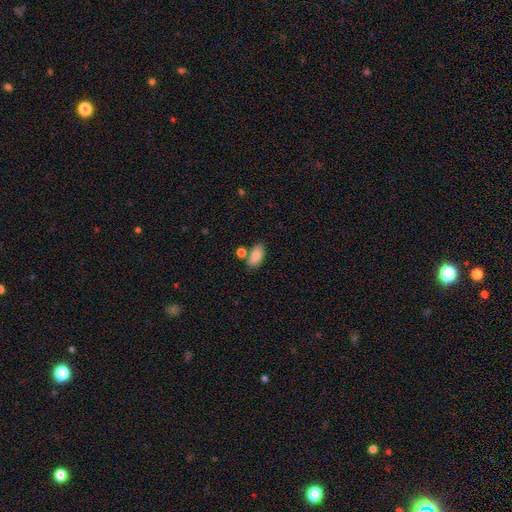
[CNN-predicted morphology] type=smooth (86%); roundness=in between (92%); merging=none (67%).